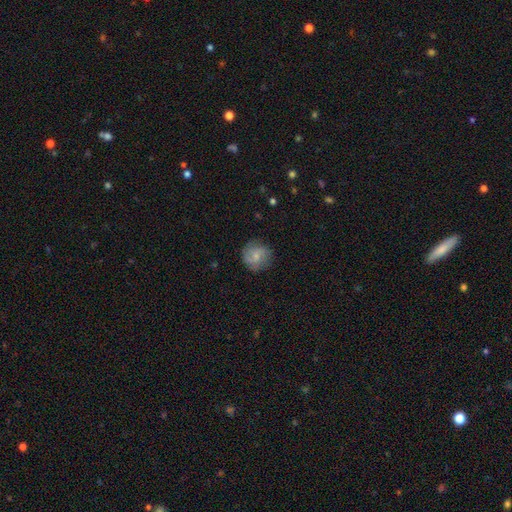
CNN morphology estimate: Overall: smooth (59%; featured or disk 33%). How rounded: round (91%). Merging: none (79%).